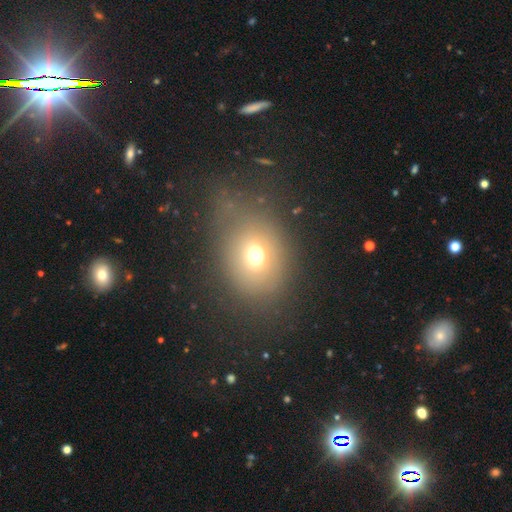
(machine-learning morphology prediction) Smooth or featured? smooth (66%)
How rounded? in between (51%)
Merging? none (56%)